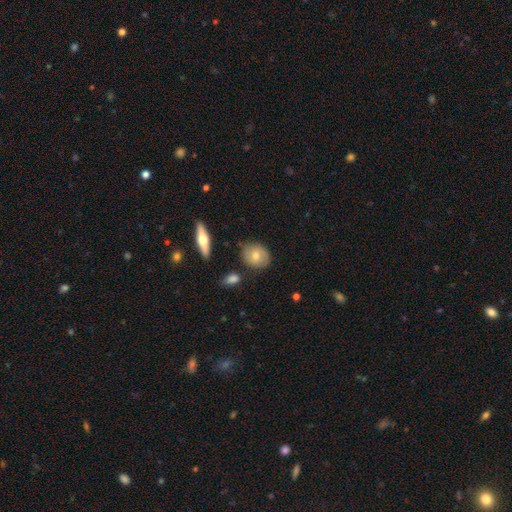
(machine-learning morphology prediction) This appears to be a smooth galaxy with no disk features (65%) that is round (59%). Merging: none (78%).